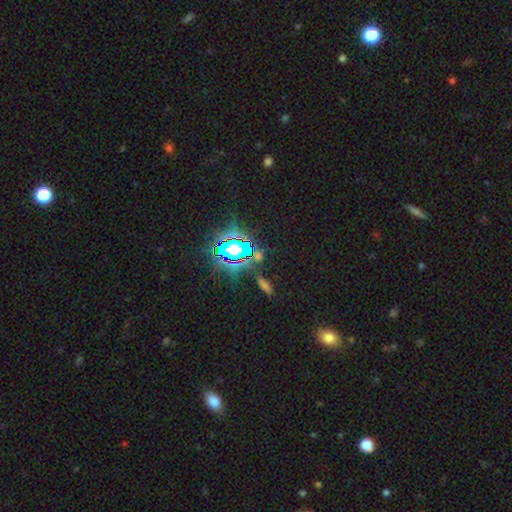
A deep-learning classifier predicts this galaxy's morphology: Q: Smooth or featured?
A: star or artifact (70%); runner-up: smooth (19%)